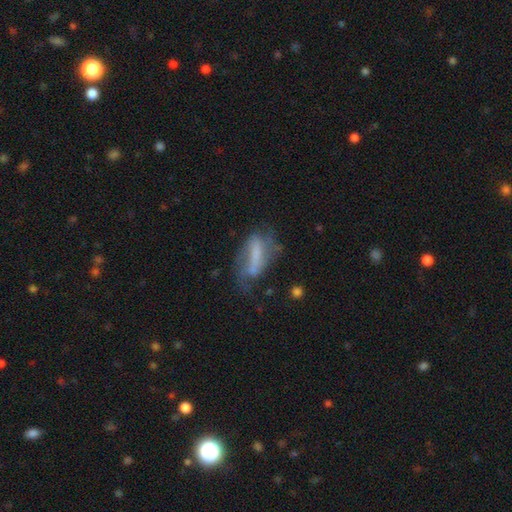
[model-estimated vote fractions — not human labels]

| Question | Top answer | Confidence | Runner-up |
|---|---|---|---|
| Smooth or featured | featured or disk | 48% | smooth (41%) |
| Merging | none | 39% | major disturbance (28%) |